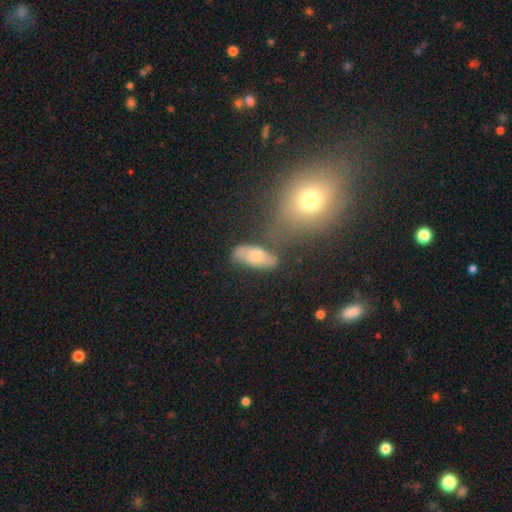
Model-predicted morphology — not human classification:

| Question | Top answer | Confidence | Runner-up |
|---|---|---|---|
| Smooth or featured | smooth | 60% | featured or disk (30%) |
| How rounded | in between | 78% | cigar-shaped (17%) |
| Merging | none | 55% | minor disturbance (22%) |